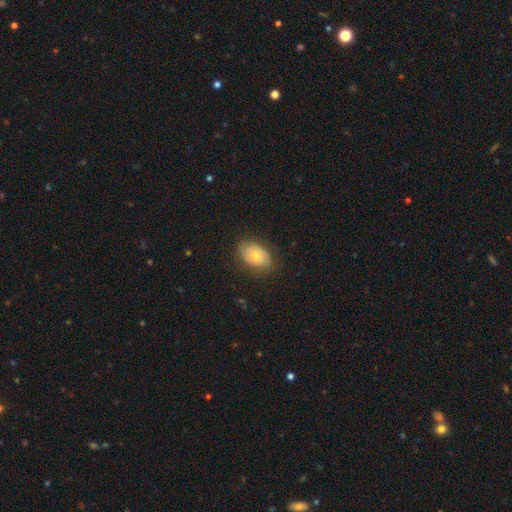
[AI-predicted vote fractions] Overall: smooth (59%; featured or disk 33%). How rounded: in between (83%). Merging: none (77%).